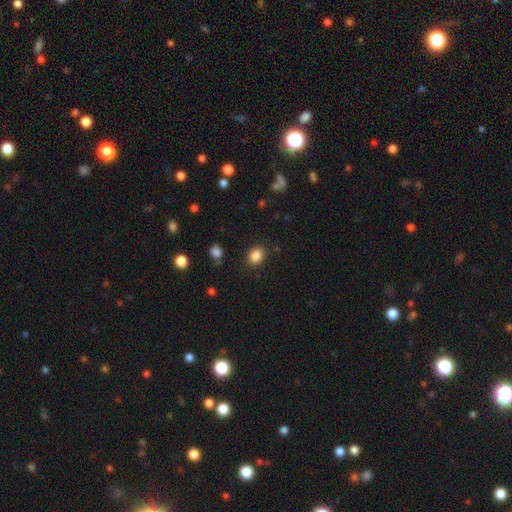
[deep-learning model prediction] Q: Smooth or featured?
A: smooth (86%); runner-up: star or artifact (10%)
Q: How rounded?
A: round (53%); runner-up: in between (46%)
Q: Merging?
A: none (86%); runner-up: minor disturbance (9%)